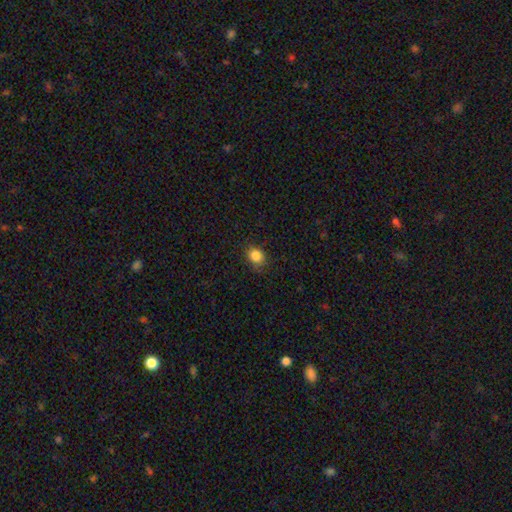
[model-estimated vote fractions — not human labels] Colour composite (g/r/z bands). It shows a smooth galaxy with no disk features (85%) that is round (62%). Merging: none (82%).